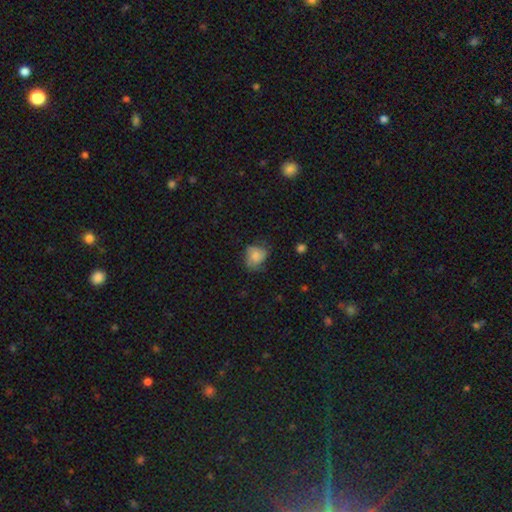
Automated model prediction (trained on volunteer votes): smooth-or-featured: smooth: 76% | featured or disk: 16% | star or artifact: 9%
  how-rounded: round: 57% | in between: 42% | cigar-shaped: 1%
  merging: none: 54% | minor disturbance: 32% | major disturbance: 12% | merger: 2%